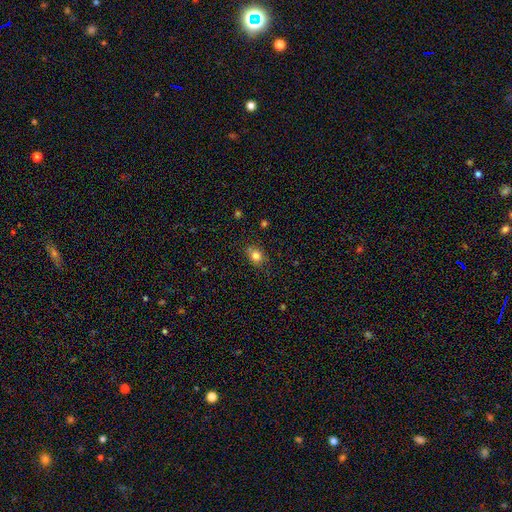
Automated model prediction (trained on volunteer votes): A smooth galaxy with no disk features (81%) that is round (60%). Merging: none (79%).